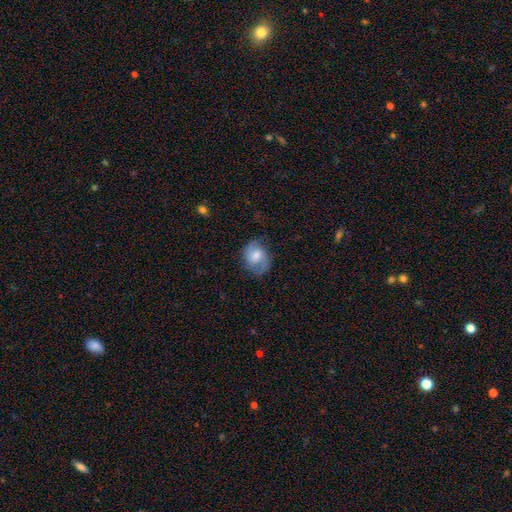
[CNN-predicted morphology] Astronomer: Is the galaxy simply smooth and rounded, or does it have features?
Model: featured or disk — 50% (runner-up: smooth, 42%).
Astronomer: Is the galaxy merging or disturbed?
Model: none — 66%.